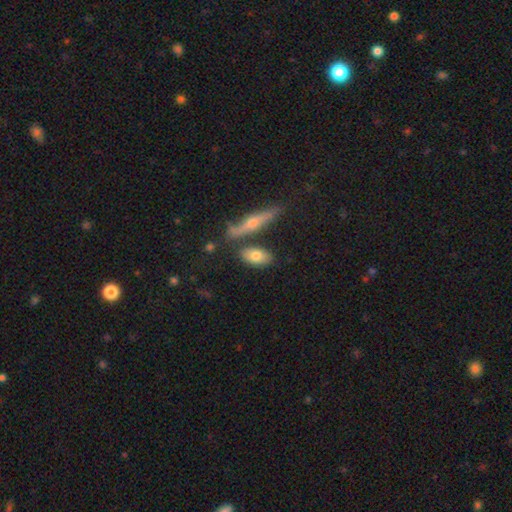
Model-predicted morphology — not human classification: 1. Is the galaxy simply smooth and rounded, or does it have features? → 71% smooth, 21% featured or disk, 7% star or artifact.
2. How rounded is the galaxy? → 85% in between, 10% cigar-shaped, 5% round.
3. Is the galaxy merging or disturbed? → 68% none, 15% merger, 13% minor disturbance, 4% major disturbance.